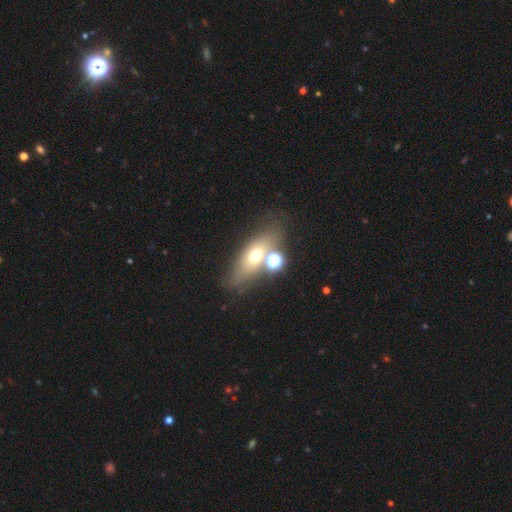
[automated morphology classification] Q: Smooth or featured?
A: smooth (55%); runner-up: featured or disk (29%)
Q: How rounded?
A: in between (57%); runner-up: cigar-shaped (24%)
Q: Merging?
A: none (59%); runner-up: merger (21%)